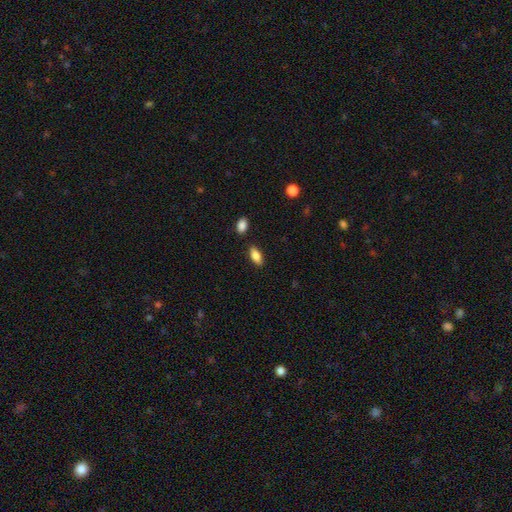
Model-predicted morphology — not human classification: Smooth or featured: smooth — 85% (featured or disk — 8%)
How rounded: in between — 86% (cigar-shaped — 11%)
Merging: none — 86% (minor disturbance — 9%)